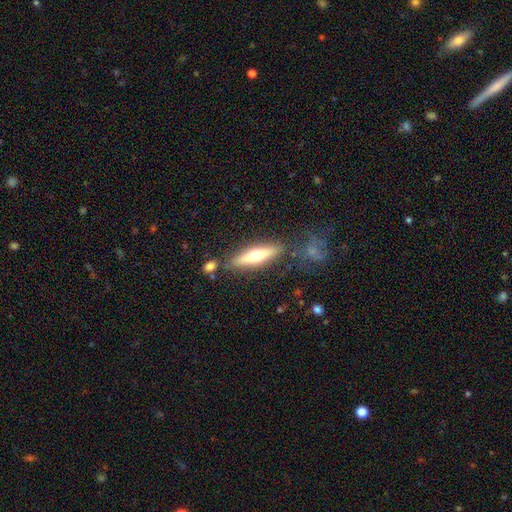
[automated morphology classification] smooth 50%, featured or disk 44%, star or artifact 6%. Down the decision tree: how rounded — cigar-shaped (71%); merging — none (79%).